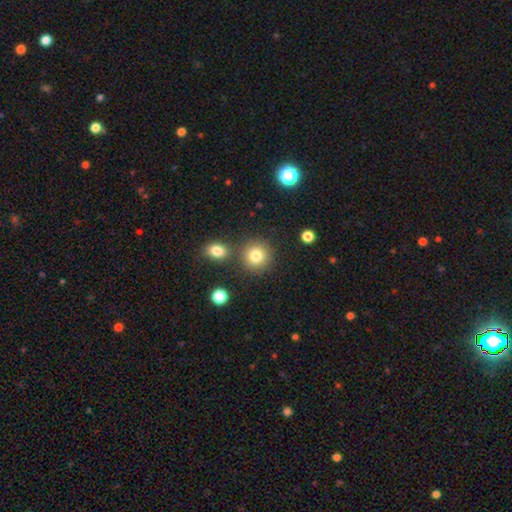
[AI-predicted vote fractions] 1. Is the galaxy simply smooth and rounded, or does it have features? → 81% smooth, 11% star or artifact, 7% featured or disk.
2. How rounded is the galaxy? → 91% round, 8% in between, 1% cigar-shaped.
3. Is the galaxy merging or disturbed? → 78% none, 11% merger, 8% minor disturbance, 3% major disturbance.